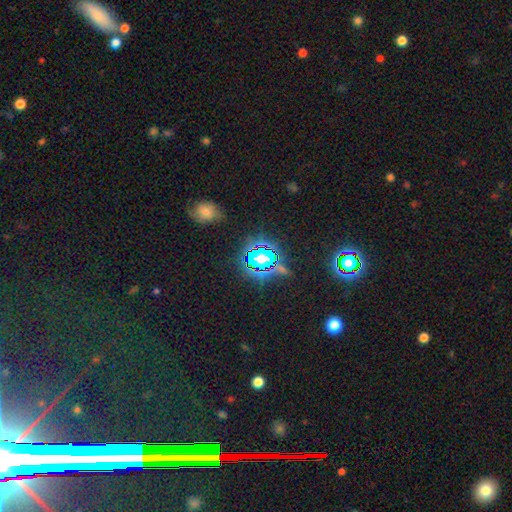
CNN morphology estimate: Overall: star or artifact (67%).